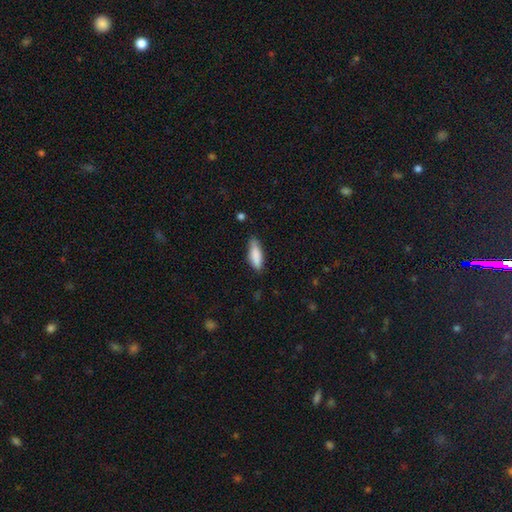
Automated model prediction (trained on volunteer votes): Smooth or featured? smooth (86%)
How rounded? in between (60%)
Merging? none (74%)